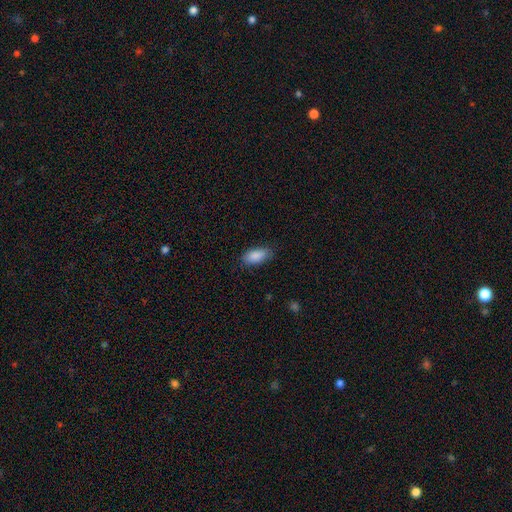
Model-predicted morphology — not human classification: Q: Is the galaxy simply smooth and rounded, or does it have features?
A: smooth — 89%.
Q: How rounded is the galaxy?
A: in between — 90%.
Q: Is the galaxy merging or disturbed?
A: none — 82%.